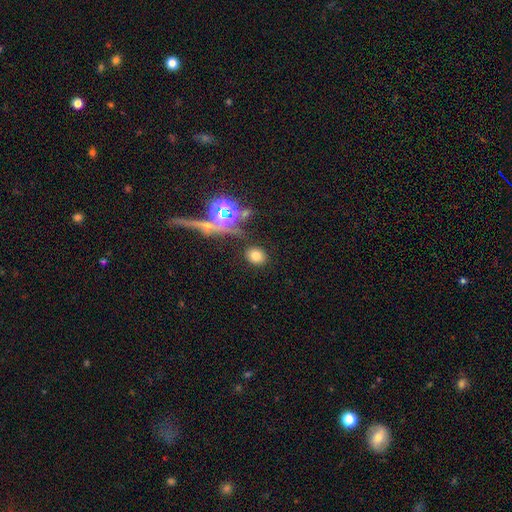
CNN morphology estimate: Smooth or featured? smooth (71%)
How rounded? round (66%)
Merging? none (83%)